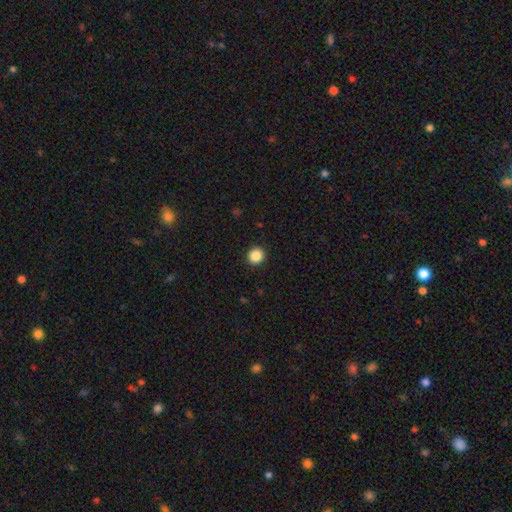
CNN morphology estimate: type=smooth (87%); roundness=round (92%); merging=none (93%).